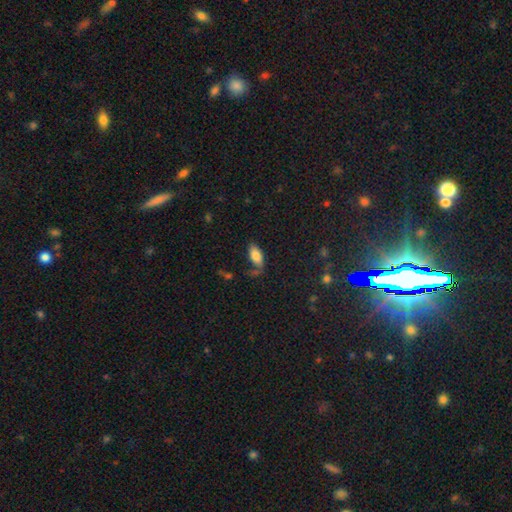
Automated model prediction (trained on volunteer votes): smooth 81%, featured or disk 11%, star or artifact 8%. Down the decision tree: how rounded — in between (89%); merging — none (59%).